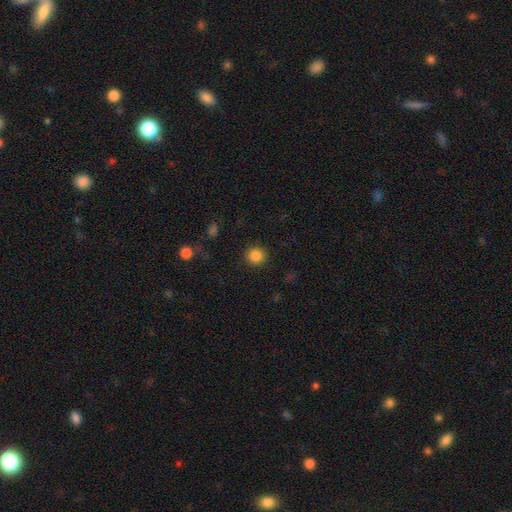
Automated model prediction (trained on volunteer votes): Smooth or featured? smooth (86%)
How rounded? round (93%)
Merging? none (90%)